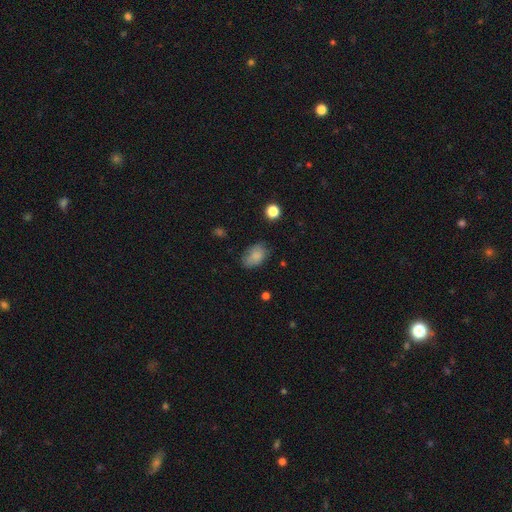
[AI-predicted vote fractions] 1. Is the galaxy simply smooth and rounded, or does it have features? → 82% smooth, 9% star or artifact, 9% featured or disk.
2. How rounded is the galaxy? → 87% in between, 12% round, 1% cigar-shaped.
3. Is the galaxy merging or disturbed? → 65% none, 26% minor disturbance, 7% major disturbance, 2% merger.